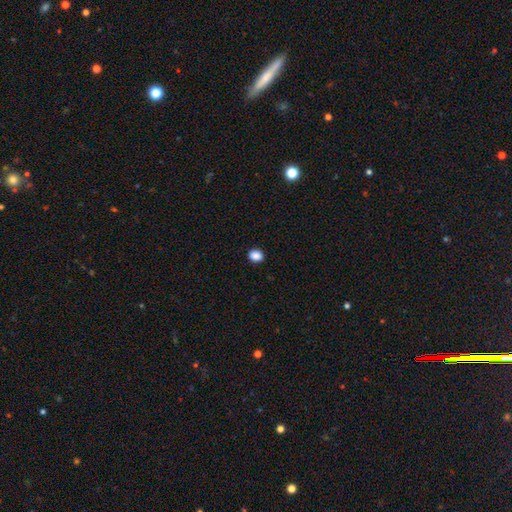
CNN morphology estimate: Overall: smooth (88%). How rounded: round (67%; in between 32%). Merging: none (91%).